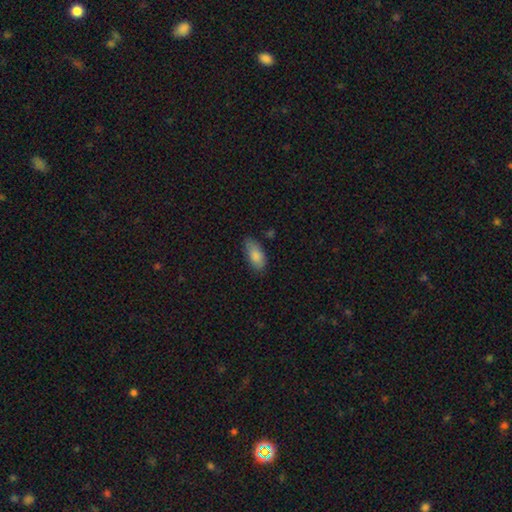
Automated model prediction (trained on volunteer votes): Smooth or featured? Predicted: smooth (p=0.85). How rounded? Predicted: in between (p=0.90). Merging? Predicted: none (p=0.73).